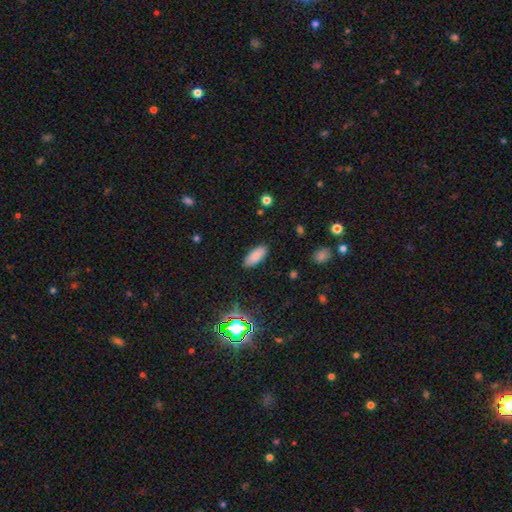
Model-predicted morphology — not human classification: Smooth or featured? smooth (85%)
How rounded? in between (81%)
Merging? none (88%)